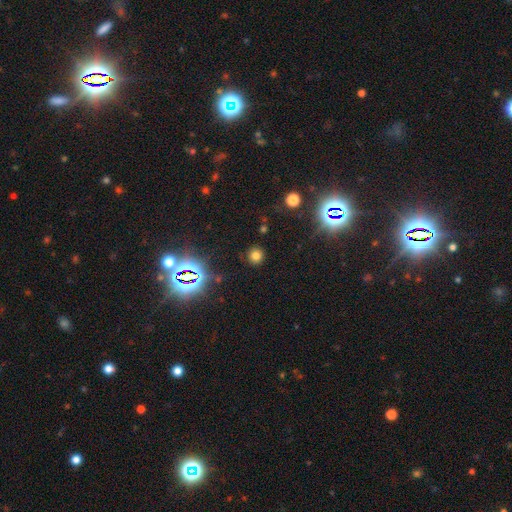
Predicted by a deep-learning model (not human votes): Q: Smooth or featured?
A: smooth (67%); runner-up: star or artifact (26%)
Q: How rounded?
A: round (90%); runner-up: in between (9%)
Q: Merging?
A: none (88%); runner-up: minor disturbance (7%)